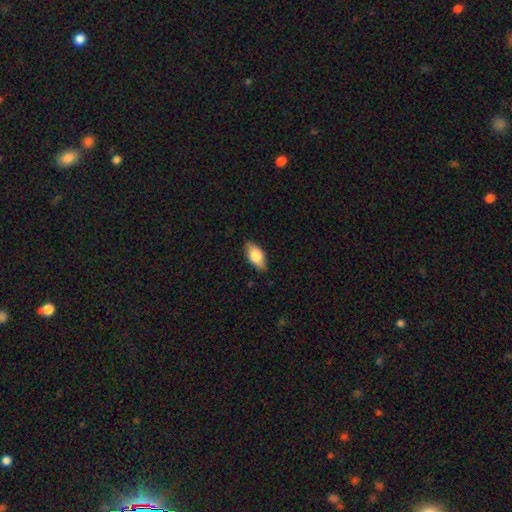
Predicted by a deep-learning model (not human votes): Smooth or featured: smooth — 75% (featured or disk — 18%)
How rounded: in between — 88% (cigar-shaped — 8%)
Merging: none — 85% (minor disturbance — 12%)